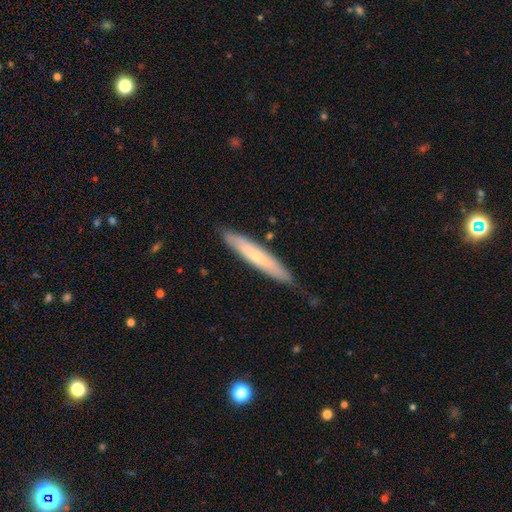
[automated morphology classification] Smooth or featured?
  - smooth: 53% *
  - featured or disk: 42%
  - star or artifact: 6%
How rounded?
  - cigar-shaped: 91% *
  - in between: 8%
  - round: 1%
Merging?
  - none: 81% *
  - minor disturbance: 15%
  - major disturbance: 2%
  - merger: 1%